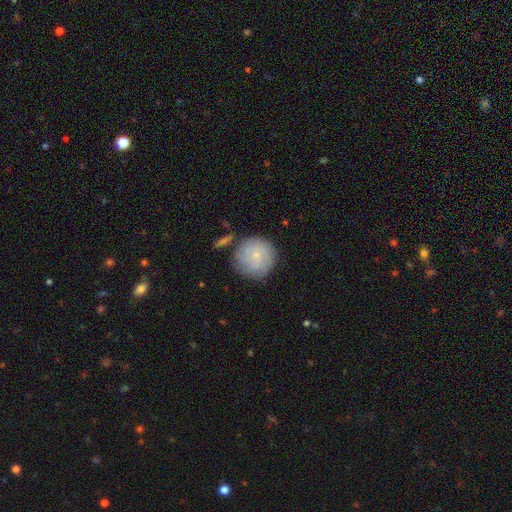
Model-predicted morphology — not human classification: This is possibly a smooth galaxy (48%). Merging: likely none (72%).